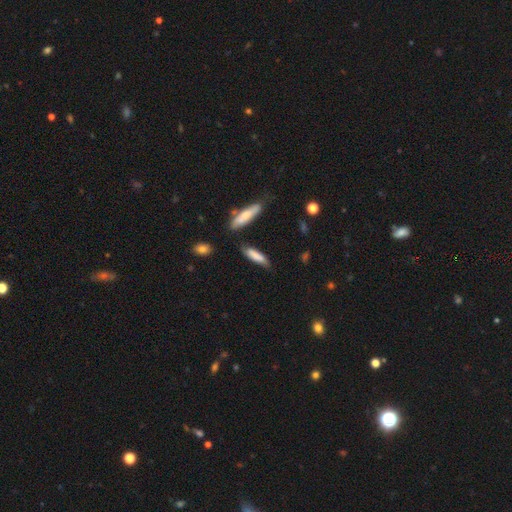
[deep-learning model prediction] Overall: smooth (76%). How rounded: cigar-shaped (74%). Merging: none (68%).